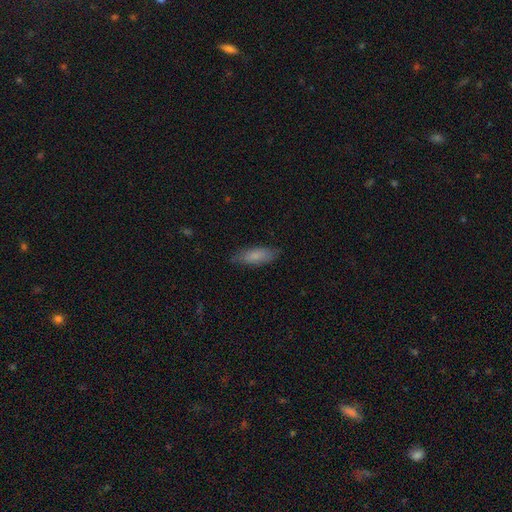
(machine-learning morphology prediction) Overall: smooth (77%). How rounded: in between (62%; cigar-shaped 36%). Merging: none (79%).